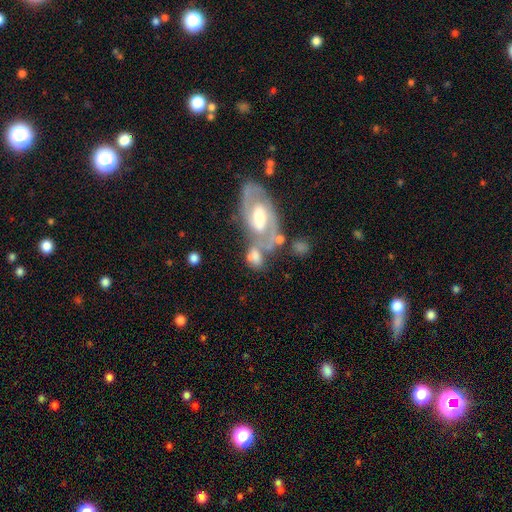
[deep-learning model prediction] Smooth or featured? featured or disk (50%)
Edge-on disk? no (93%)
Merging? merger (45%)